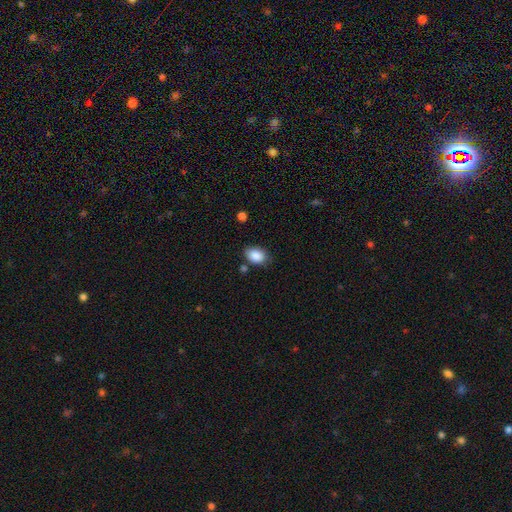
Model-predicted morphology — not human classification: smooth-or-featured: smooth: 88% | star or artifact: 8% | featured or disk: 5%
  how-rounded: in between: 80% | round: 19% | cigar-shaped: 1%
  merging: none: 75% | minor disturbance: 17% | merger: 4% | major disturbance: 4%